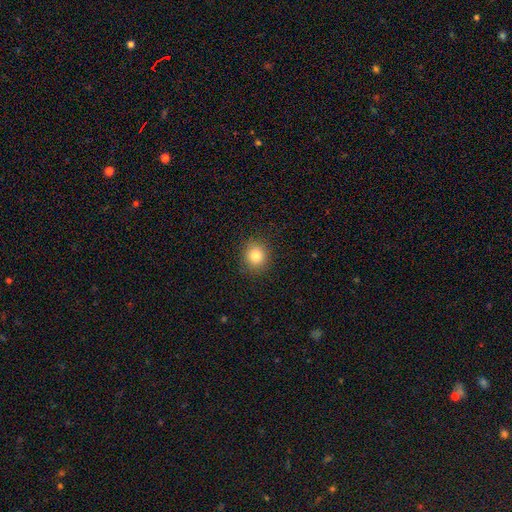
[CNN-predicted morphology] Smooth or featured? Predicted: smooth (p=0.83). How rounded? Predicted: round (p=0.86). Merging? Predicted: none (p=0.90).